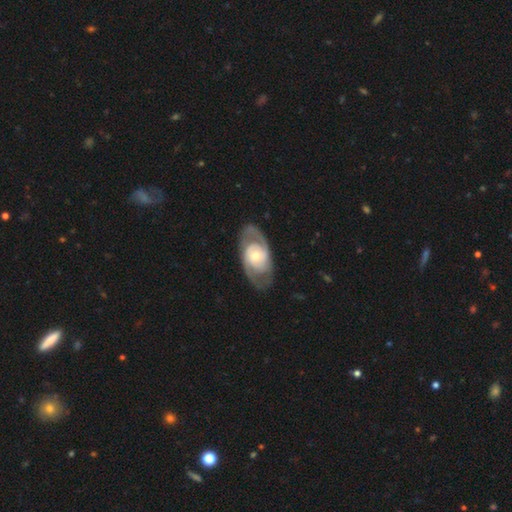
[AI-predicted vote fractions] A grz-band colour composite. It shows a featured or disk galaxy (77%) with no bar (72%), 2 (76%) tight (45%) spiral arms (80%) and a moderate central bulge (60%). Merging: none (76%).